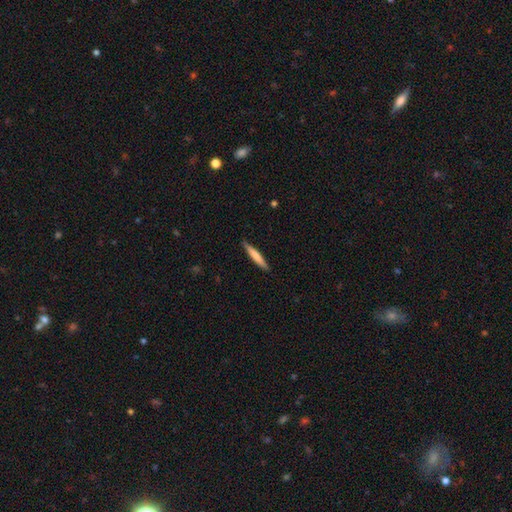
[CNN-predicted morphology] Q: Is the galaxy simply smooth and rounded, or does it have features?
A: smooth — 67%.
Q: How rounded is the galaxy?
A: cigar-shaped — 95%.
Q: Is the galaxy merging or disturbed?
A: none — 89%.